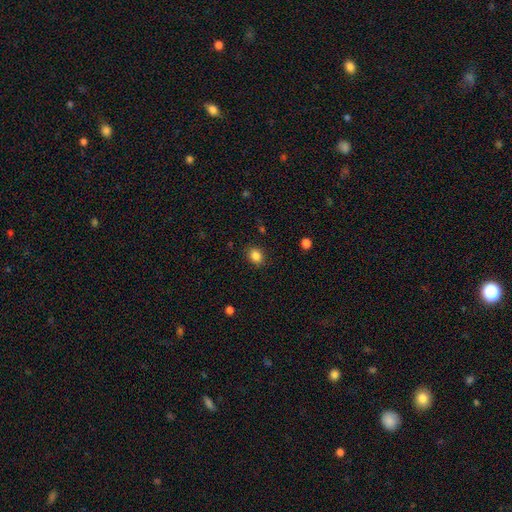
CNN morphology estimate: type=smooth (86%); roundness=round (51%); merging=none (87%).